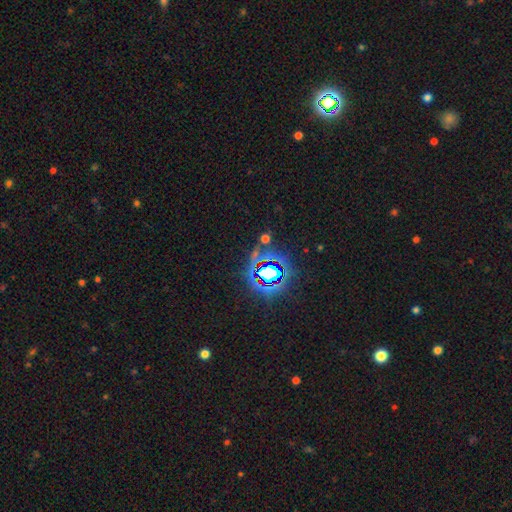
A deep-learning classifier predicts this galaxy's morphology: This appears to be a star or artifact, not a galaxy (76%).